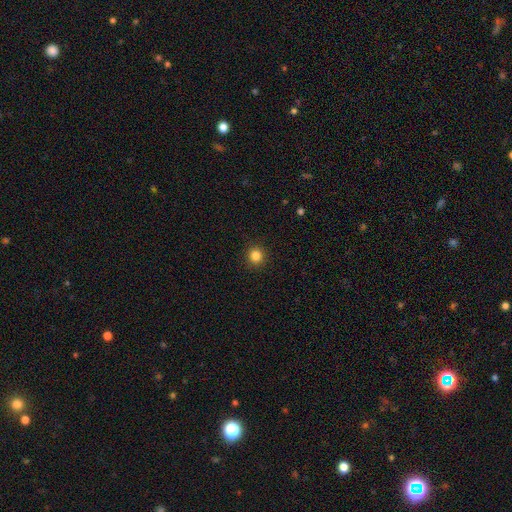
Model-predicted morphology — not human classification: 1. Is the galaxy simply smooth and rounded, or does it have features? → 84% smooth, 12% star or artifact, 4% featured or disk.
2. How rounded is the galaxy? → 93% round, 6% in between, 1% cigar-shaped.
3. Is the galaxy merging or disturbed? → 92% none, 5% minor disturbance, 2% major disturbance, 1% merger.